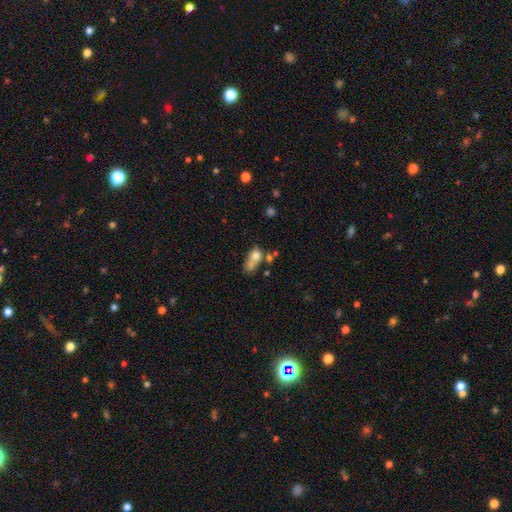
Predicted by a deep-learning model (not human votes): Q: Smooth or featured?
A: smooth (67%); runner-up: featured or disk (22%)
Q: How rounded?
A: in between (64%); runner-up: round (31%)
Q: Merging?
A: merger (45%); runner-up: none (23%)